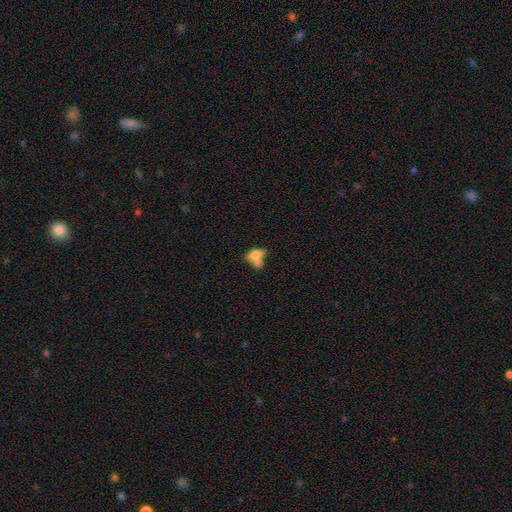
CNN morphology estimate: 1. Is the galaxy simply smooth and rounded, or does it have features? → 64% smooth, 25% featured or disk, 11% star or artifact.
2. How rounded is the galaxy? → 76% in between, 16% round, 8% cigar-shaped.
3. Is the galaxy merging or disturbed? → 46% merger, 26% none, 14% minor disturbance, 13% major disturbance.